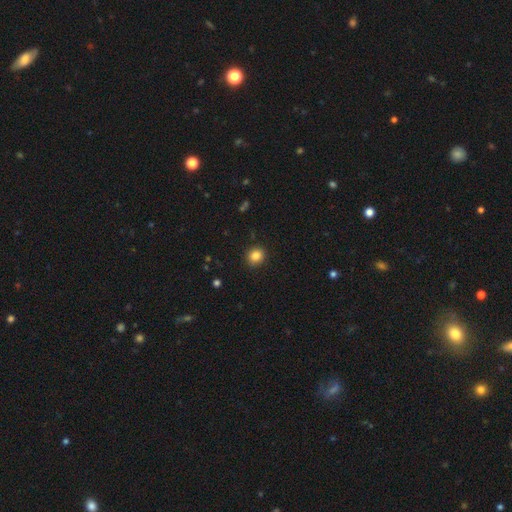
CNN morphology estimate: This is clearly a smooth galaxy (84%). How rounded: clearly round (82%). Merging: clearly none (90%).